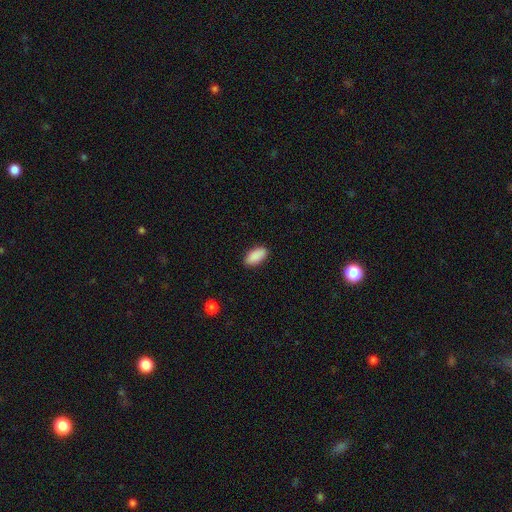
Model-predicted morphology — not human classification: Q: Smooth or featured?
A: smooth (90%); runner-up: star or artifact (7%)
Q: How rounded?
A: in between (93%); runner-up: cigar-shaped (5%)
Q: Merging?
A: none (87%); runner-up: minor disturbance (9%)